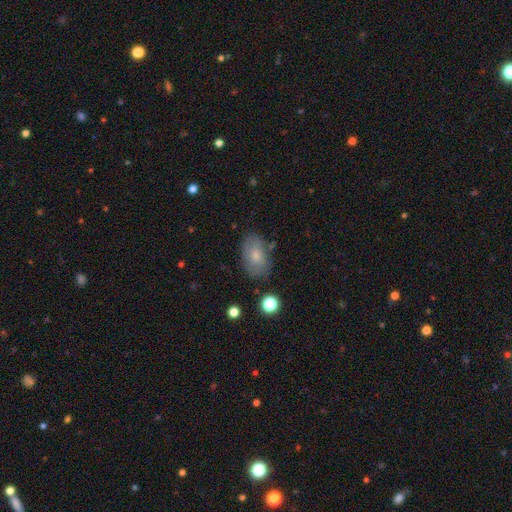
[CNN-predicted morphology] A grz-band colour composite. It shows a smooth galaxy with no disk features (71%) that is in between round and cigar-shaped (90%). Merging: none (74%).